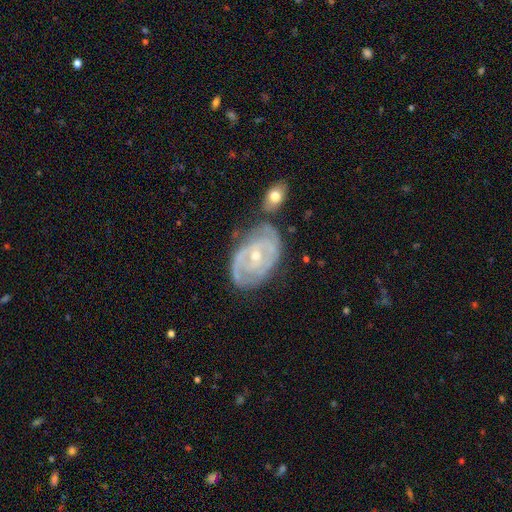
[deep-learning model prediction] This is clearly a featured or disk galaxy (82%). It is clearly not viewed edge-on (96%). Bar: possibly no (53%). Spiral arm pattern: clearly yes (85%). Spiral arm count: marginally 2 (39%). Spiral winding: likely tight (65%). Central bulge: possibly small (59%). Merging: possibly none (55%).